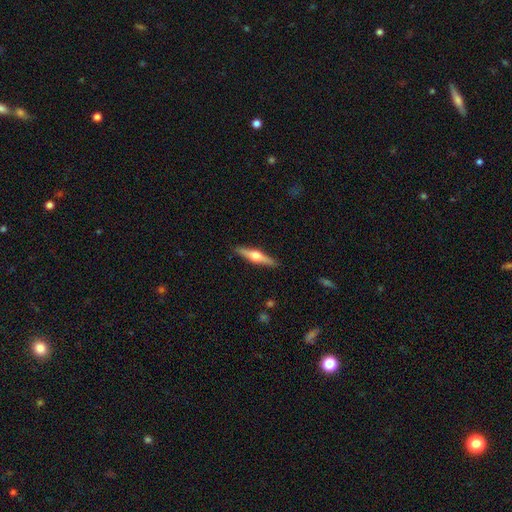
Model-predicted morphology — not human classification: type=featured or disk (67%); edge-on=yes (97%); edge-on bulge=rounded (95%); merging=none (90%).